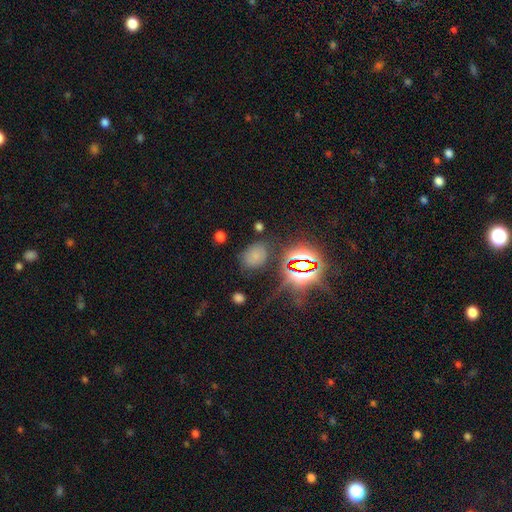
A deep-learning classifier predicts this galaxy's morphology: smooth 56%, star or artifact 33%, featured or disk 12%. Down the decision tree: how rounded — in between (71%); merging — none (72%).